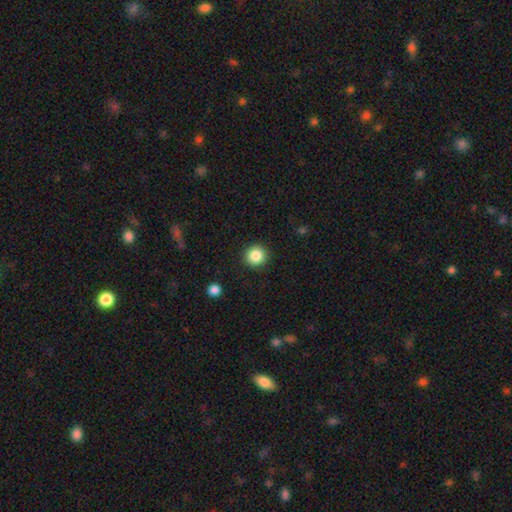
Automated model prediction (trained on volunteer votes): A smooth galaxy with no disk features (86%) that is round (95%). Merging: none (92%).